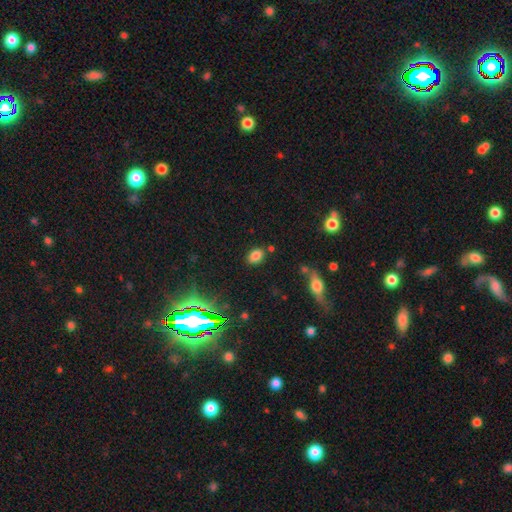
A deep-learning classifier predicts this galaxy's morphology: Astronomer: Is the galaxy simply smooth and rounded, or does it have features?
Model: smooth — 78%.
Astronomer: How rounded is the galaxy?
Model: in between — 74%.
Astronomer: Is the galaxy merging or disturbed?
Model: none — 81%.